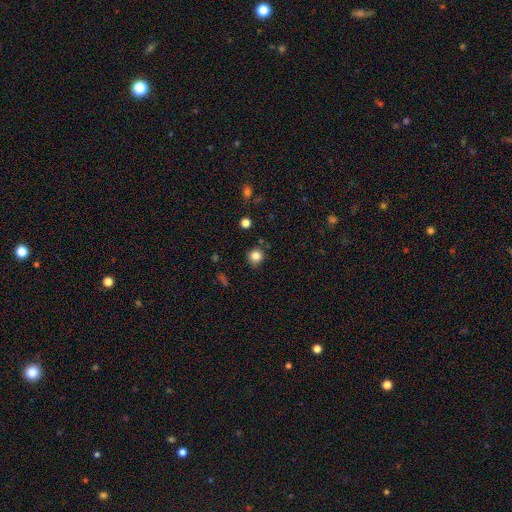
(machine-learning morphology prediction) A smooth galaxy with no disk features (83%) that is round (89%). Merging: none (82%).